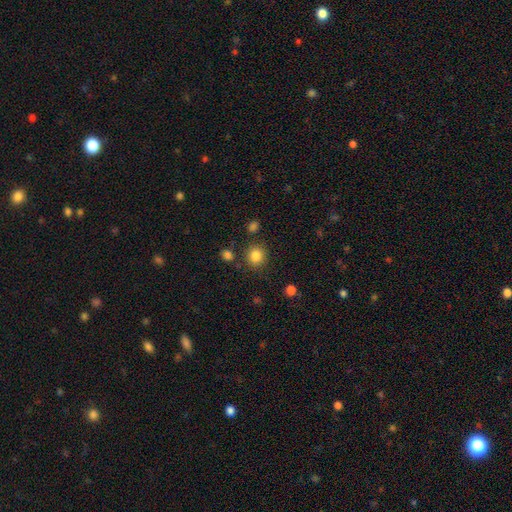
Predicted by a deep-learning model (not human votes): This appears to be a smooth galaxy with no disk features (84%) that is round (86%). Merging: none (84%).